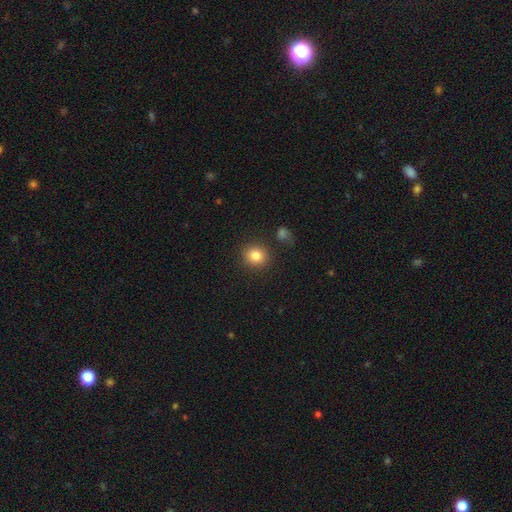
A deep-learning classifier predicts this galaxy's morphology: This is clearly a smooth galaxy (83%). How rounded: clearly round (84%). Merging: clearly none (86%).